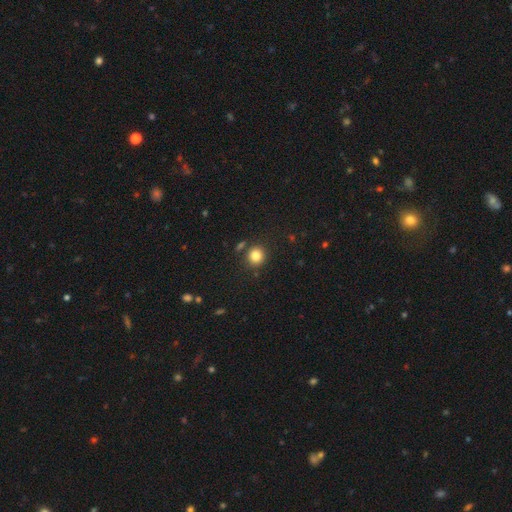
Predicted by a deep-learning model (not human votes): smooth 83%, star or artifact 12%, featured or disk 6%. Down the decision tree: how rounded — round (89%); merging — none (83%).